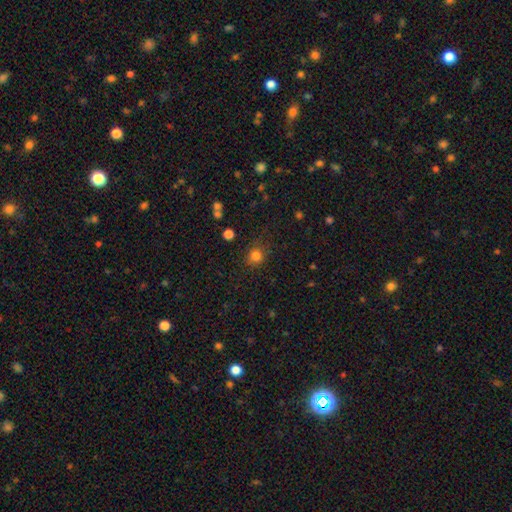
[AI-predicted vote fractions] The model was most divided on "smooth or featured": smooth: 82%, star or artifact: 14%, featured or disk: 5%. More confident: how rounded — round (84%); merging — none (82%).